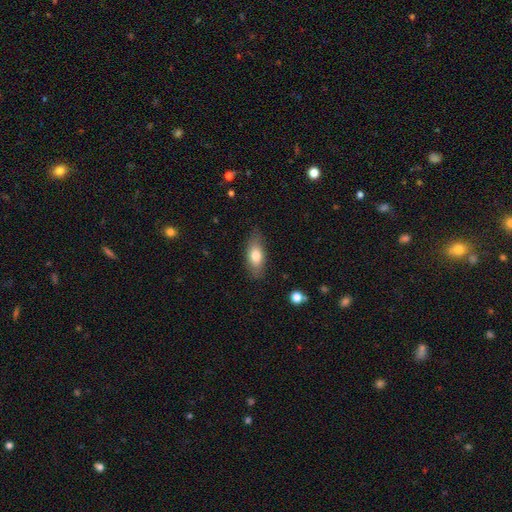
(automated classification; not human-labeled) Smooth or featured? Predicted: smooth (p=0.76). How rounded? Predicted: in between (p=0.81). Merging? Predicted: none (p=0.82).